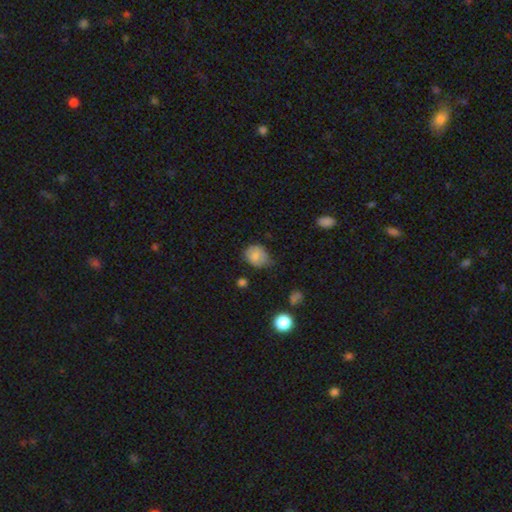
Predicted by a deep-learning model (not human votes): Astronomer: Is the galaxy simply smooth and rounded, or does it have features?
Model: smooth — 80%.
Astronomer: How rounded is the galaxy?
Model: round — 60% (runner-up: in between, 39%).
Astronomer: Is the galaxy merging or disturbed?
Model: none — 57% (runner-up: minor disturbance, 34%).